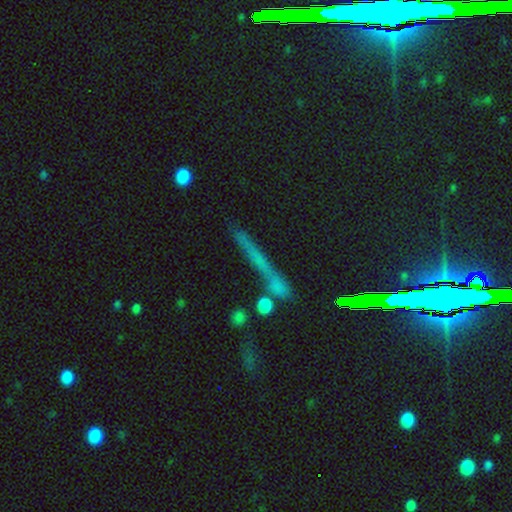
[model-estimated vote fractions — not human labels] smooth-or-featured: smooth: 43% | featured or disk: 29% | star or artifact: 28%
  merging: none: 72% | minor disturbance: 12% | merger: 9% | major disturbance: 6%